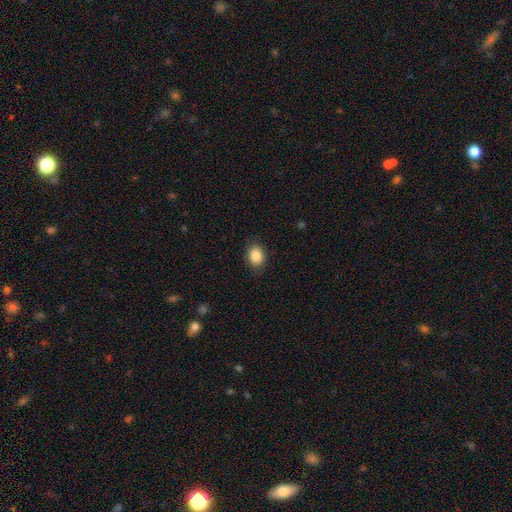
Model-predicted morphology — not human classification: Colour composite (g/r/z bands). It shows a smooth galaxy with no disk features (87%) that is in between round and cigar-shaped (54%). Merging: none (87%).